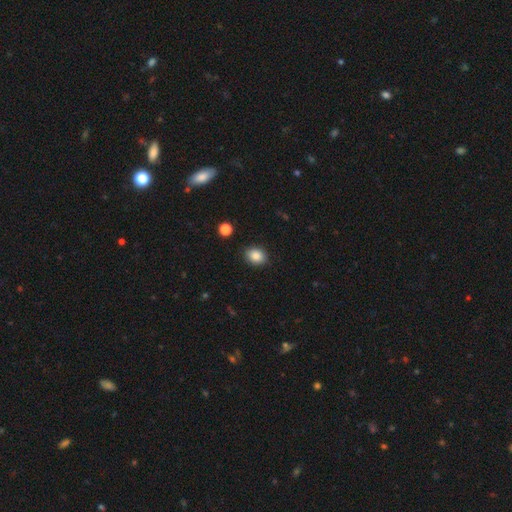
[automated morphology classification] Smooth or featured: smooth — 86% (star or artifact — 9%)
How rounded: in between — 55% (round — 44%)
Merging: none — 88% (minor disturbance — 8%)